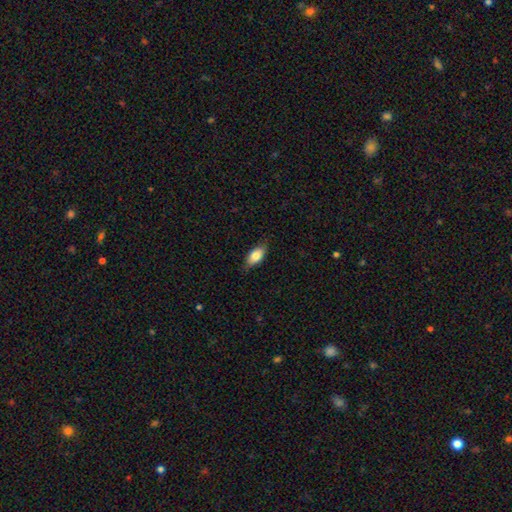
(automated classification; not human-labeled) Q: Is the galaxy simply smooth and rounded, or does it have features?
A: smooth — 79%.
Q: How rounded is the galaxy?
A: in between — 87%.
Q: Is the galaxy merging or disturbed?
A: none — 81%.